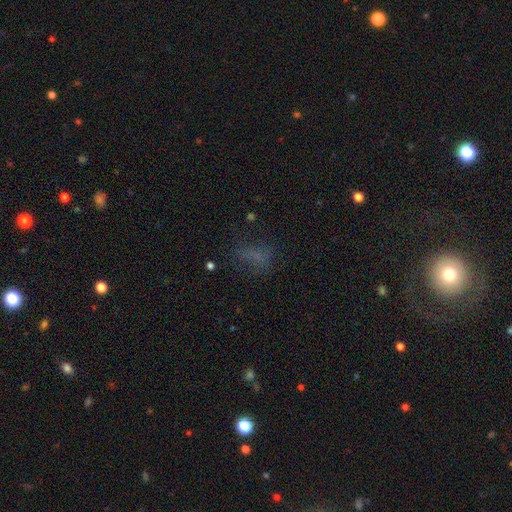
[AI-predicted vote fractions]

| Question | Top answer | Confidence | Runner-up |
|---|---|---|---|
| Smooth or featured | smooth | 56% | star or artifact (27%) |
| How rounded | in between | 71% | round (19%) |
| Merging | none | 55% | major disturbance (22%) |